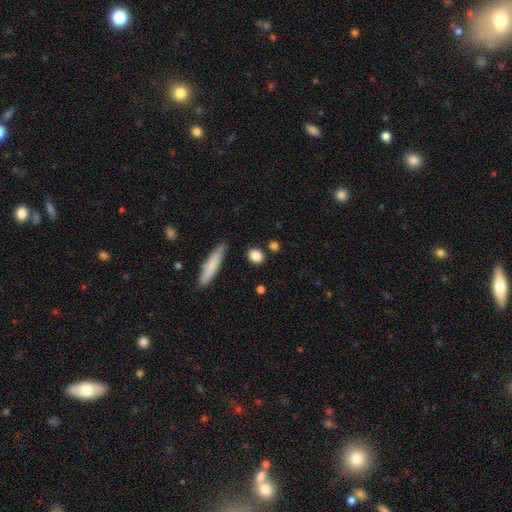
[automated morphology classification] Smooth or featured: smooth — 85% (star or artifact — 8%)
How rounded: round — 58% (in between — 34%)
Merging: none — 83% (minor disturbance — 9%)